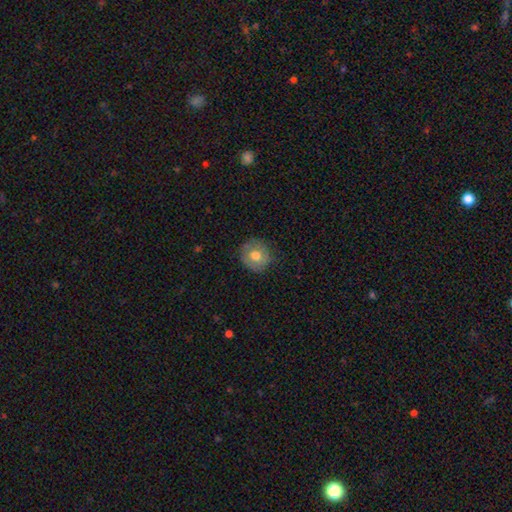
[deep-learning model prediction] The model was most divided on "smooth or featured": smooth: 70%, featured or disk: 22%, star or artifact: 8%. More confident: how rounded — round (88%); merging — none (80%).